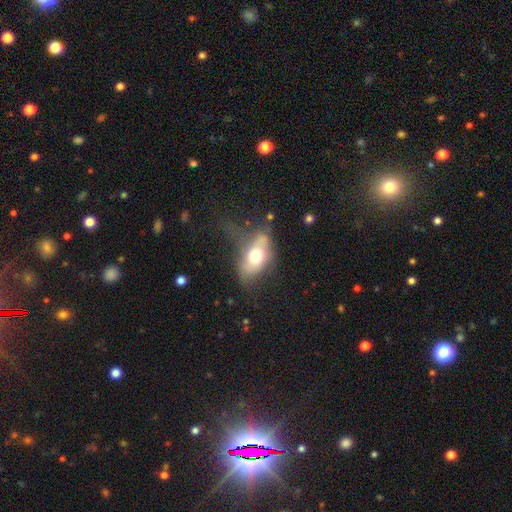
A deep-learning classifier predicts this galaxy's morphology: Q: Smooth or featured?
A: smooth (57%); runner-up: featured or disk (34%)
Q: How rounded?
A: in between (84%); runner-up: round (10%)
Q: Merging?
A: none (35%); runner-up: major disturbance (32%)